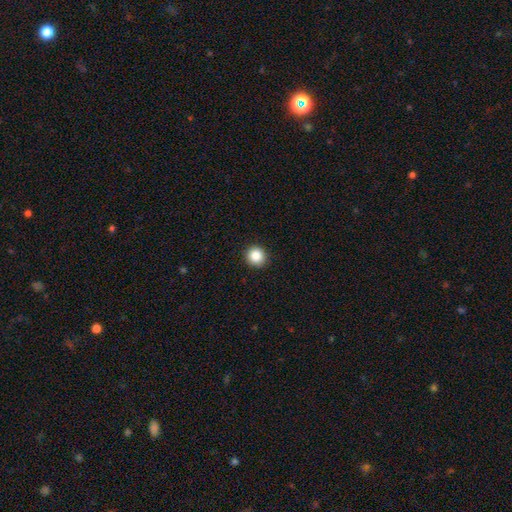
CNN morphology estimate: The model was most divided on "smooth or featured": smooth: 86%, star or artifact: 10%, featured or disk: 4%. More confident: how rounded — round (93%); merging — none (92%).